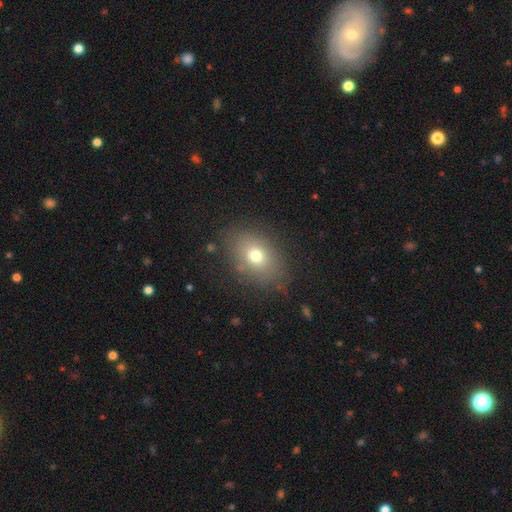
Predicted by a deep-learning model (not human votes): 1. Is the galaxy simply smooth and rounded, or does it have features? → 72% smooth, 15% featured or disk, 13% star or artifact.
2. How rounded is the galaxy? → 72% in between, 26% round, 1% cigar-shaped.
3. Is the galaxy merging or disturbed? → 81% none, 12% minor disturbance, 5% major disturbance, 2% merger.